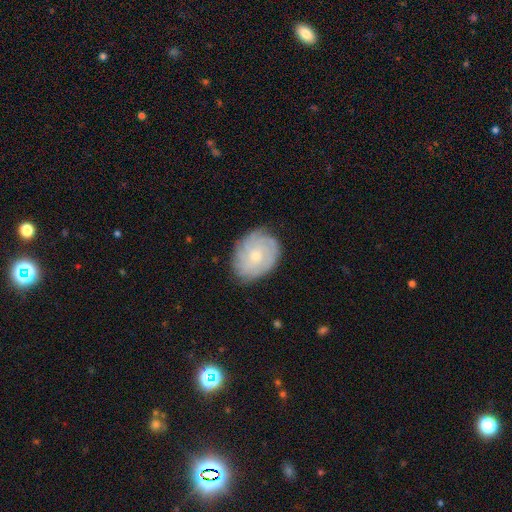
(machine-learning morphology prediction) Smooth or featured? featured or disk (66%)
Edge-on disk? no (97%)
Bar? no (81%)
Spiral arms? yes (90%)
Spiral winding? tight (72%)
Spiral arm count? can't tell (48%)
Bulge size? small (57%)
Merging? none (79%)